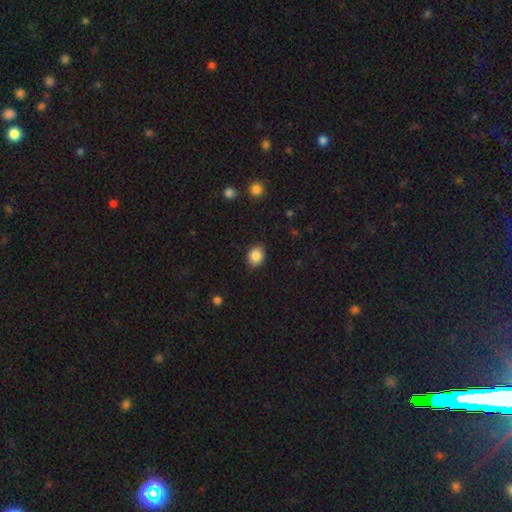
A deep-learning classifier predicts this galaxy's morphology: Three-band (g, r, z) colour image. It shows a smooth galaxy with no disk features (87%) that is in between round and cigar-shaped (55%). Merging: none (88%).